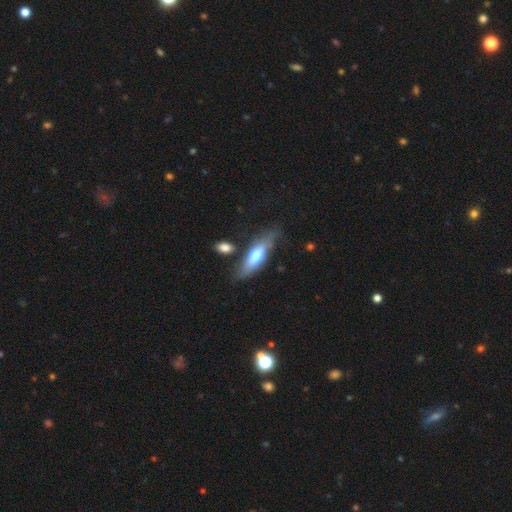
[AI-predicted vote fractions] Smooth or featured: smooth — 56% (featured or disk — 38%)
How rounded: cigar-shaped — 53% (in between — 45%)
Merging: none — 63% (minor disturbance — 22%)